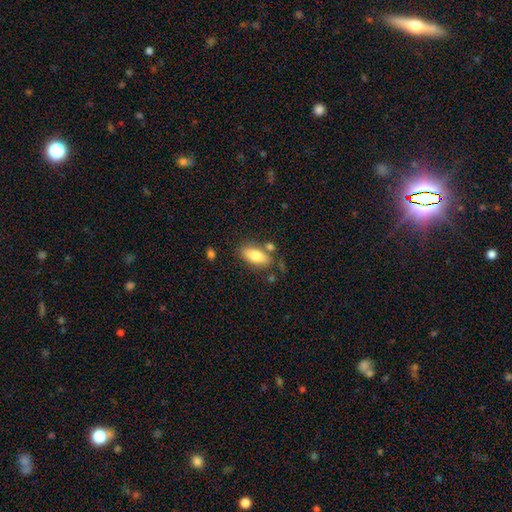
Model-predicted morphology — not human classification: Q: Smooth or featured?
A: smooth (80%); runner-up: featured or disk (13%)
Q: How rounded?
A: in between (85%); runner-up: cigar-shaped (12%)
Q: Merging?
A: none (72%); runner-up: minor disturbance (15%)